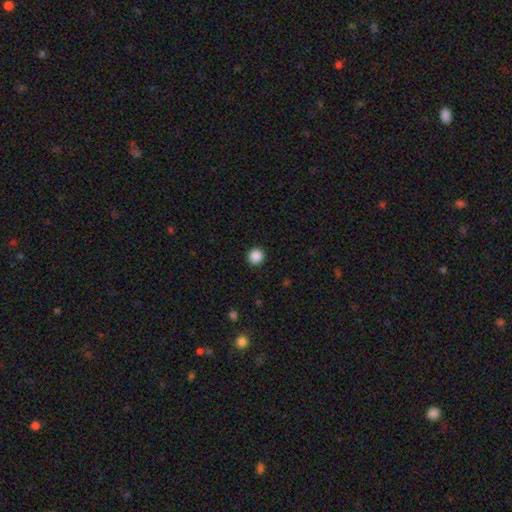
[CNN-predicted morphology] A smooth galaxy with no disk features (88%) that is round (93%).

Vote fractions:
- Smooth or featured? smooth: 88% / star or artifact: 10% / featured or disk: 2%
- How rounded? round: 93% / in between: 6% / cigar-shaped: 1%
- Merging? none: 92% / minor disturbance: 5% / major disturbance: 2% / merger: 1%